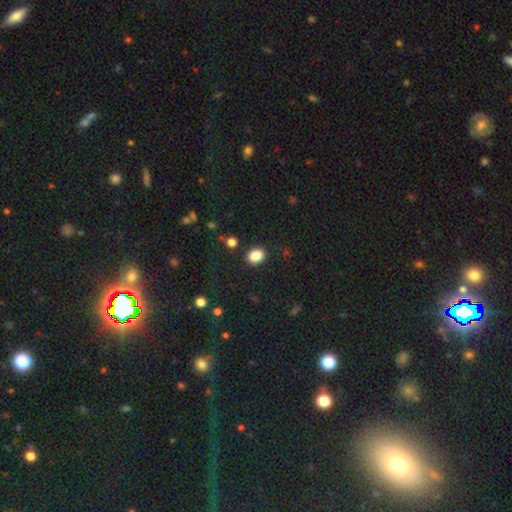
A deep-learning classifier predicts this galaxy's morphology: smooth 86%, star or artifact 10%, featured or disk 4%. Down the decision tree: how rounded — in between (56%); merging — none (87%).